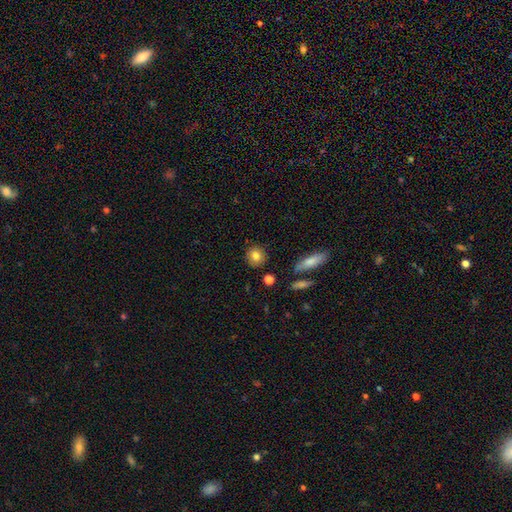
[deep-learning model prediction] This is likely a smooth galaxy (80%). How rounded: clearly round (87%). Merging: clearly none (88%).